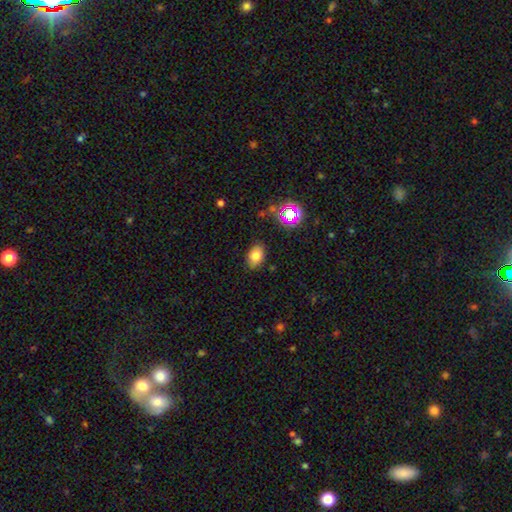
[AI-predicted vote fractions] This appears to be a smooth galaxy with no disk features (77%) that is in between round and cigar-shaped (84%). Merging: none (84%).